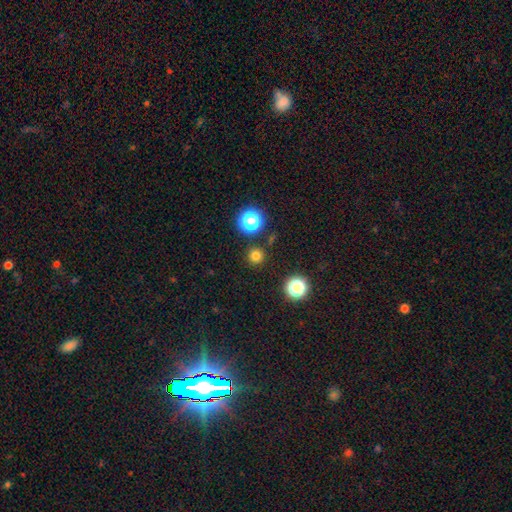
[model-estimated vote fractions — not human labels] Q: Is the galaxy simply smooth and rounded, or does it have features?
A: smooth — 76%.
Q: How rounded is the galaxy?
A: round — 96%.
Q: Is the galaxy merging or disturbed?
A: none — 89%.